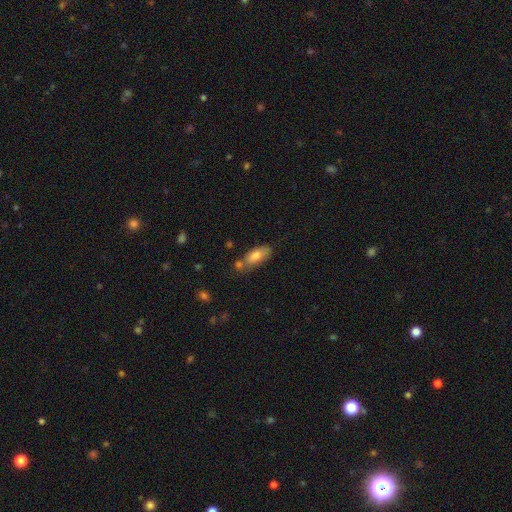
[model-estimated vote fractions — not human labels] Overall: smooth (76%). How rounded: in between (81%). Merging: none (57%; merger 19%).